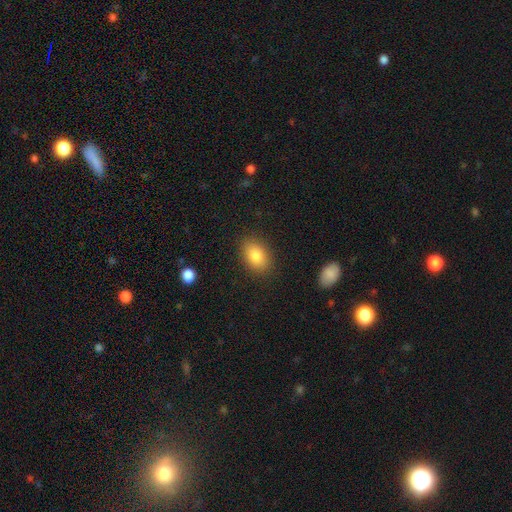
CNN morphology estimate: Smooth or featured? Predicted: smooth (p=0.83). How rounded? Predicted: in between (p=0.81). Merging? Predicted: none (p=0.87).